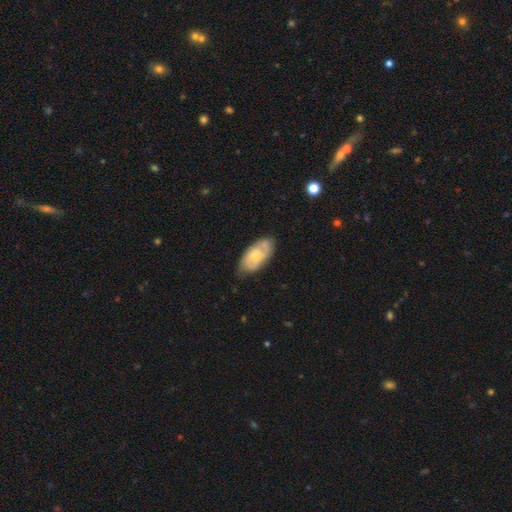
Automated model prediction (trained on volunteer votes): A smooth galaxy with no disk features (52%) that is in between round and cigar-shaped (92%).

Vote fractions:
- Smooth or featured? smooth: 52% / featured or disk: 42% / star or artifact: 6%
- How rounded? in between: 92% / cigar-shaped: 6% / round: 3%
- Merging? none: 65% / minor disturbance: 27% / major disturbance: 6% / merger: 3%